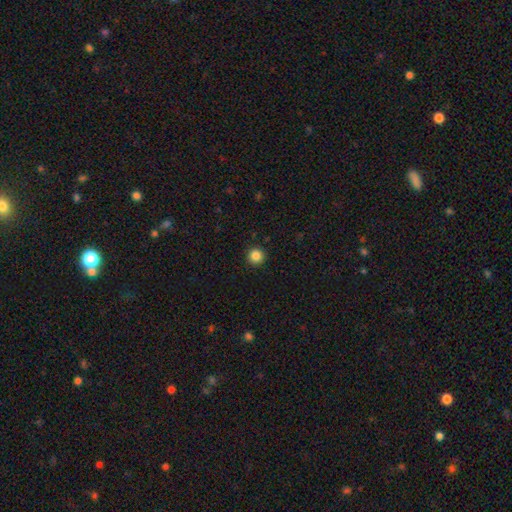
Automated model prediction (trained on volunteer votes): A smooth galaxy with no disk features (85%) that is round (96%).

Vote fractions:
- Smooth or featured? smooth: 85% / star or artifact: 11% / featured or disk: 4%
- How rounded? round: 96% / in between: 3% / cigar-shaped: 1%
- Merging? none: 93% / minor disturbance: 5% / major disturbance: 2% / merger: 1%